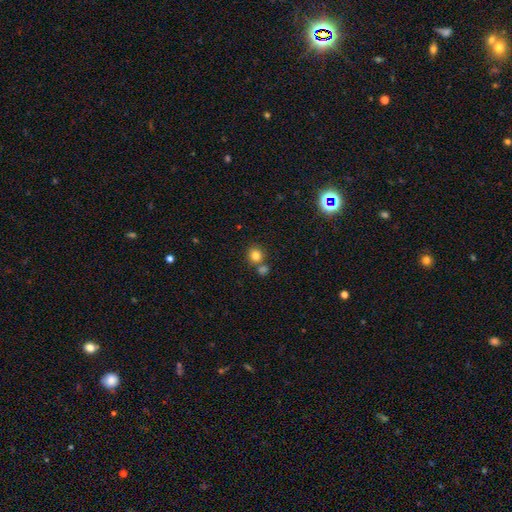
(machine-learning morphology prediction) Overall: smooth (81%). How rounded: round (88%). Merging: none (66%).